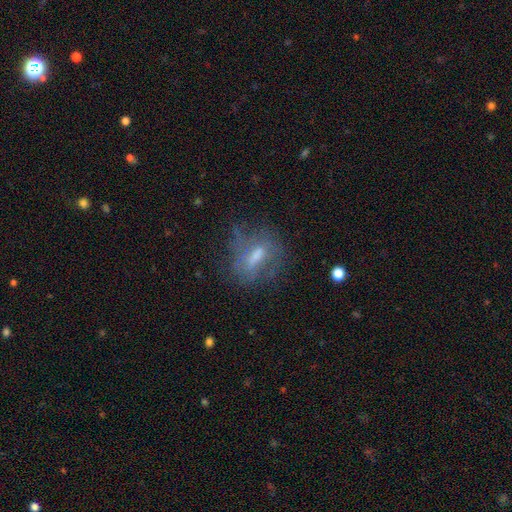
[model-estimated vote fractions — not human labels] This is possibly a featured or disk galaxy (46%). Merging: likely none (60%).